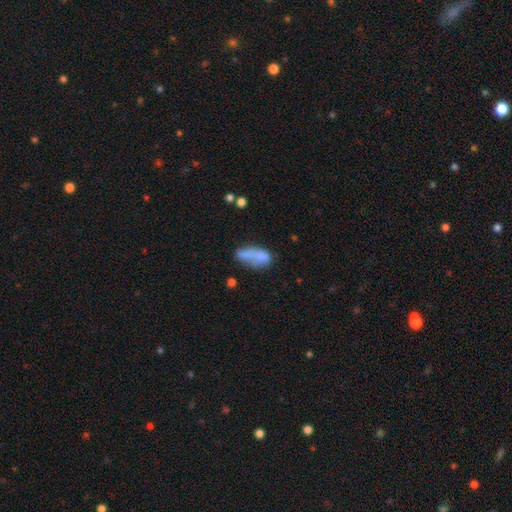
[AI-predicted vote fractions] A smooth galaxy with no disk features (67%) that is in between round and cigar-shaped (78%). Merging: none (31%).